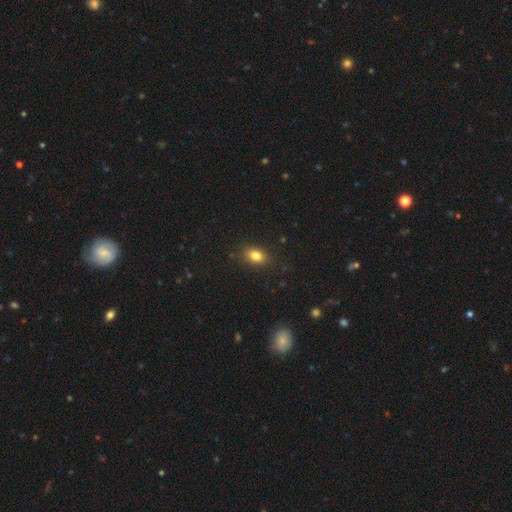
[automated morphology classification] Smooth or featured? Predicted: smooth (p=0.82). How rounded? Predicted: in between (p=0.72). Merging? Predicted: none (p=0.85).